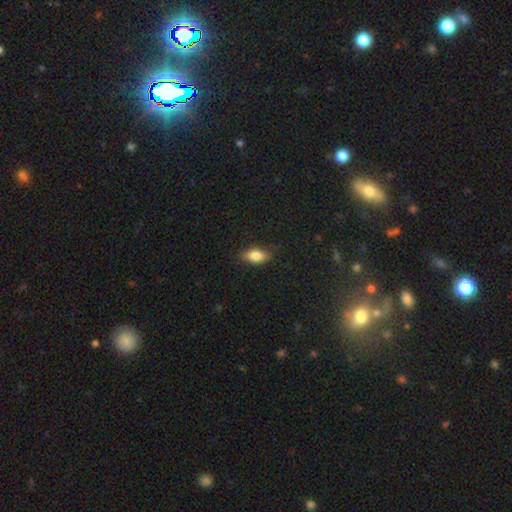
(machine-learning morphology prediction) smooth-or-featured: smooth: 81% | featured or disk: 11% | star or artifact: 8%
  how-rounded: in between: 85% | cigar-shaped: 9% | round: 6%
  merging: none: 82% | minor disturbance: 14% | major disturbance: 3% | merger: 1%